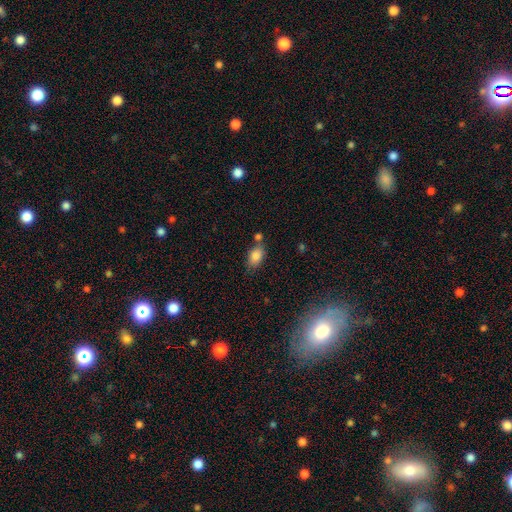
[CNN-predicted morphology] Smooth or featured: smooth — 85% (star or artifact — 9%)
How rounded: in between — 86% (round — 12%)
Merging: none — 61% (merger — 17%)